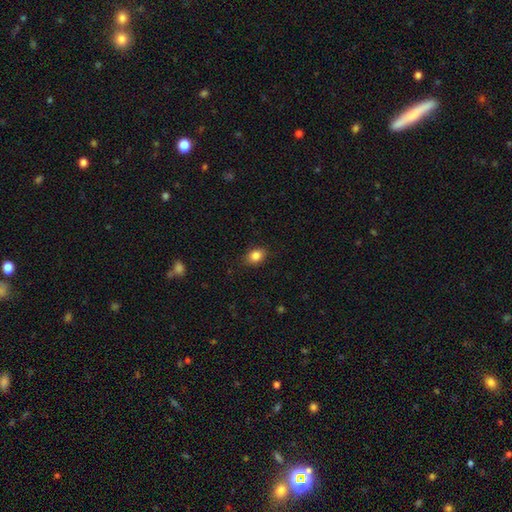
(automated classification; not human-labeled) The model was most divided on "how rounded": in between: 65%, round: 33%, cigar-shaped: 1%. More confident: merging — none (85%); smooth or featured — smooth (85%).